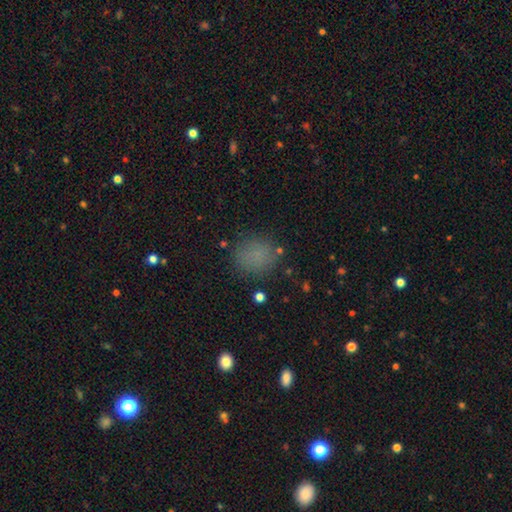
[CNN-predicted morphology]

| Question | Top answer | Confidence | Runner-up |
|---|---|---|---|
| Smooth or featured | smooth | 77% | star or artifact (17%) |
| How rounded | round | 74% | in between (24%) |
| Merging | none | 83% | minor disturbance (11%) |